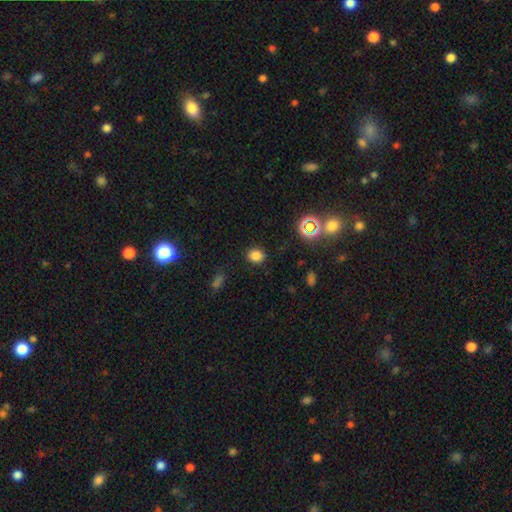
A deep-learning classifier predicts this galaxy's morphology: smooth 80%, star or artifact 16%, featured or disk 4%. Down the decision tree: how rounded — round (55%); merging — none (86%).